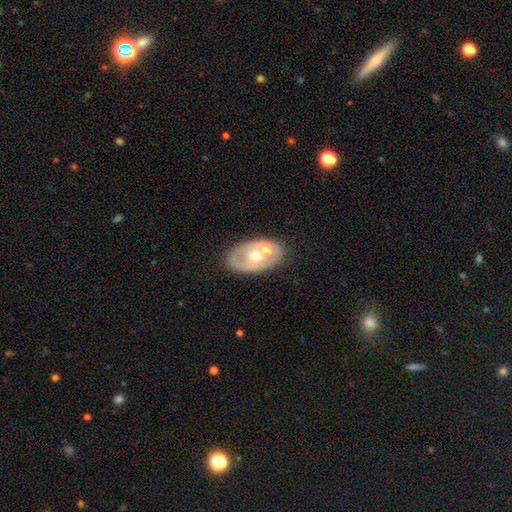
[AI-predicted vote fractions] Smooth or featured? featured or disk (58%)
Edge-on disk? no (91%)
Bar? no (87%)
Spiral arms? no (86%)
Bulge size? moderate (74%)
Merging? none (54%)